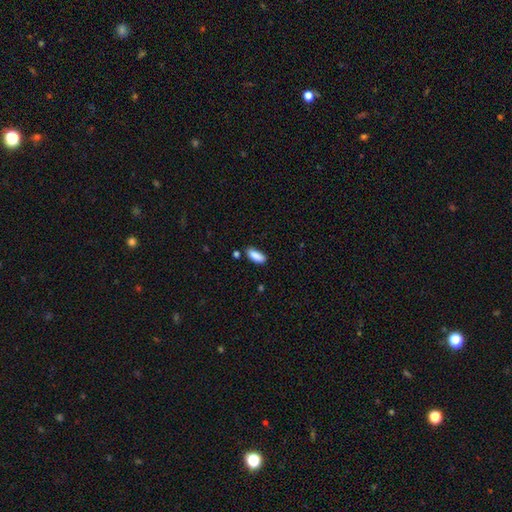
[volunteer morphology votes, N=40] This appears to be a smooth galaxy with no disk features (85%) that is in between round and cigar-shaped (74%). Merging: none (49%).